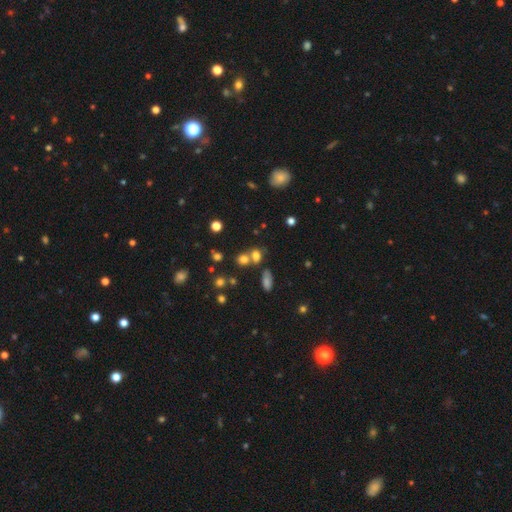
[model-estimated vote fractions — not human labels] smooth-or-featured: smooth: 71% | star or artifact: 20% | featured or disk: 10%
  how-rounded: round: 50% | in between: 47% | cigar-shaped: 3%
  merging: none: 49% | merger: 35% | minor disturbance: 11% | major disturbance: 5%